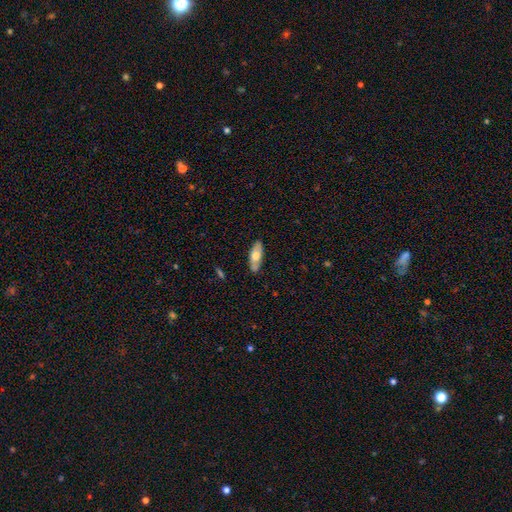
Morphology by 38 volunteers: This appears to be a smooth galaxy with no disk features (61%) that is in between round and cigar-shaped (74%). Merging: none (79%).